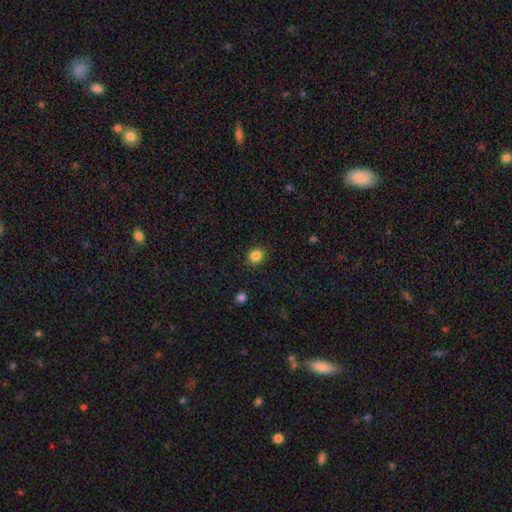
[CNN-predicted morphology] A smooth galaxy with no disk features (85%) that is round (76%).

Vote fractions:
- Smooth or featured? smooth: 85% / star or artifact: 11% / featured or disk: 4%
- How rounded? round: 76% / in between: 23% / cigar-shaped: 1%
- Merging? none: 90% / minor disturbance: 7% / major disturbance: 2% / merger: 1%